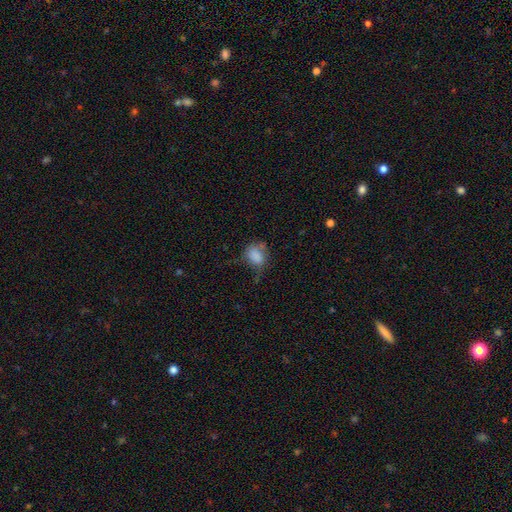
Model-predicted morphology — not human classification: This is likely a smooth galaxy (79%). How rounded: likely in between (66%). Merging: marginally none (39%).